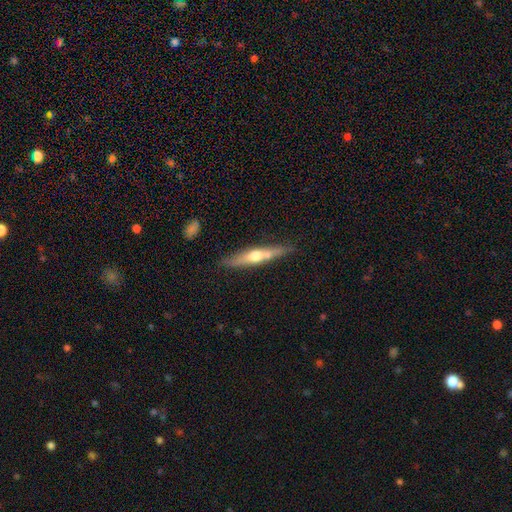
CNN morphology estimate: This is possibly a featured or disk galaxy (56%). It is clearly viewed edge-on (92%). Edge-on bulge: clearly rounded (86%). Merging: likely none (75%).